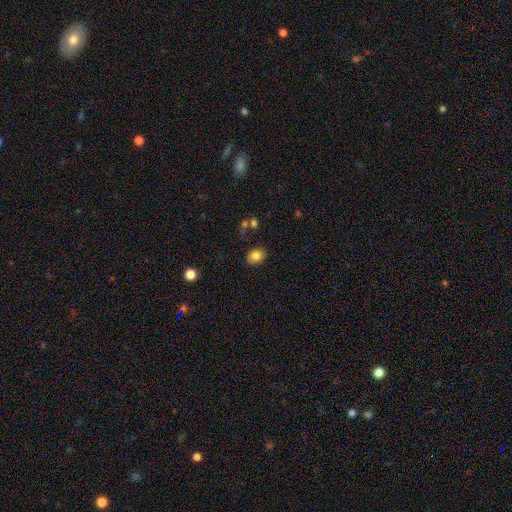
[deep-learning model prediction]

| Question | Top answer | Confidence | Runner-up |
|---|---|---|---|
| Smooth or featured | smooth | 82% | star or artifact (10%) |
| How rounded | in between | 63% | round (36%) |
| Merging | none | 77% | minor disturbance (14%) |